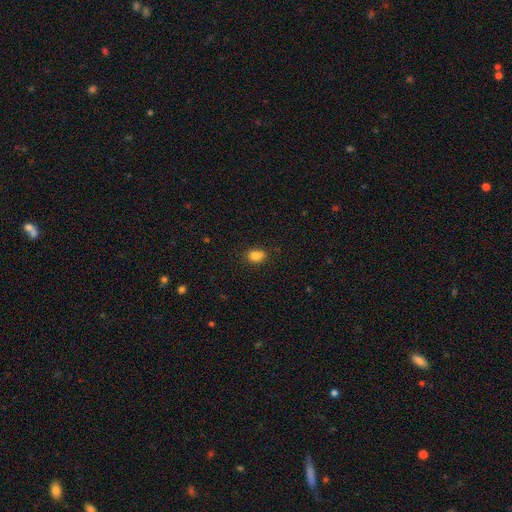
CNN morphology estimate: smooth_or_featured: smooth (p=0.84) [alt: star or artifact p=0.10]
how_rounded: in between (p=0.70) [alt: round p=0.28]
merging: none (p=0.75) [alt: minor disturbance p=0.17]